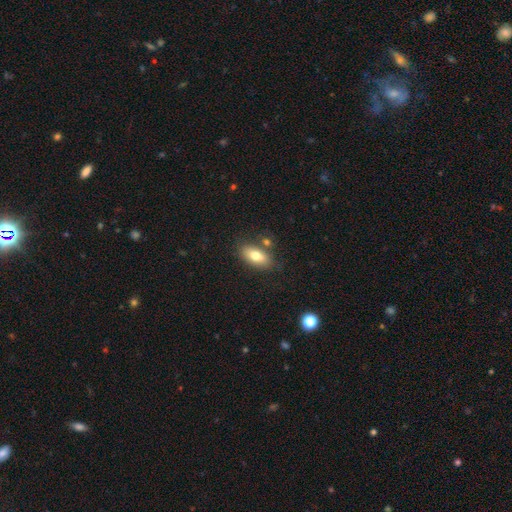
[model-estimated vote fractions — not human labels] Smooth or featured? smooth (75%)
How rounded? in between (88%)
Merging? none (74%)